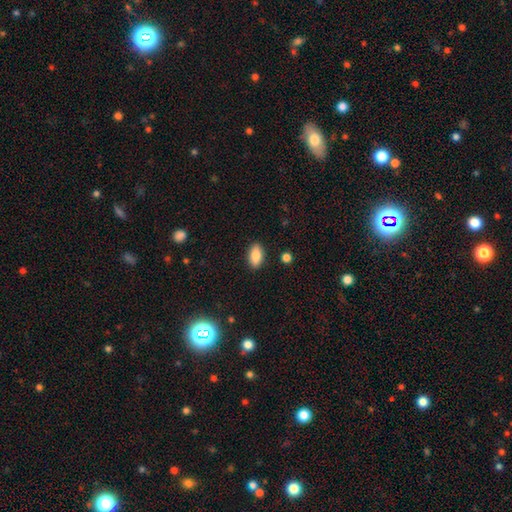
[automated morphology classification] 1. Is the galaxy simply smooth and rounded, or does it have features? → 83% smooth, 9% featured or disk, 8% star or artifact.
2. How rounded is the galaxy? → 89% in between, 6% cigar-shaped, 5% round.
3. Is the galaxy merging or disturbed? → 88% none, 8% minor disturbance, 2% major disturbance, 1% merger.